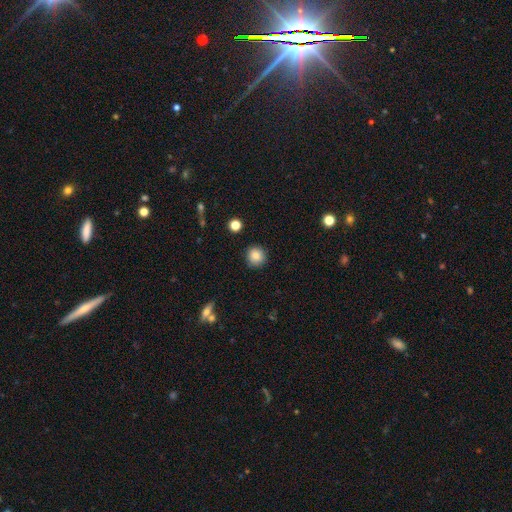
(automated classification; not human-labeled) Overall: smooth (85%). How rounded: round (93%). Merging: none (89%).